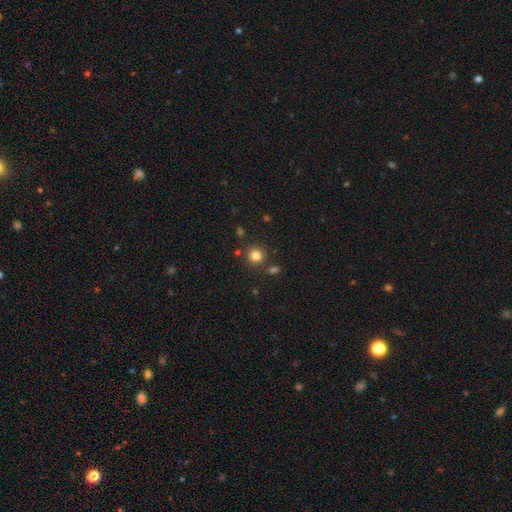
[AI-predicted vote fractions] The model was most divided on "smooth or featured": smooth: 81%, star or artifact: 14%, featured or disk: 5%. More confident: how rounded — round (92%); merging — none (83%).